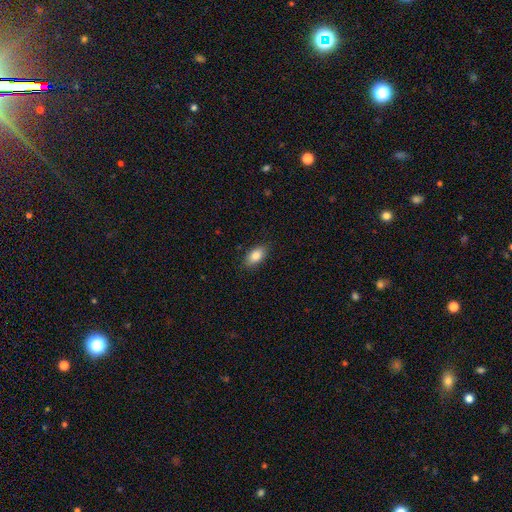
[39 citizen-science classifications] Smooth or featured? 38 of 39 (97%) said smooth. How rounded? 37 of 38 (97%) said in between. Merging? 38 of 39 (97%) said none.